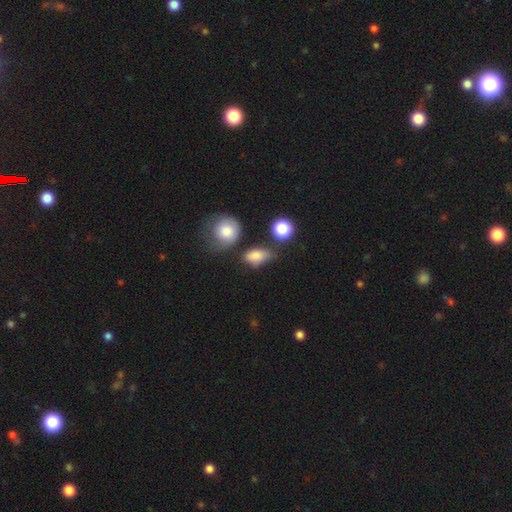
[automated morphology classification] Smooth or featured? smooth (81%)
How rounded? in between (73%)
Merging? none (45%)